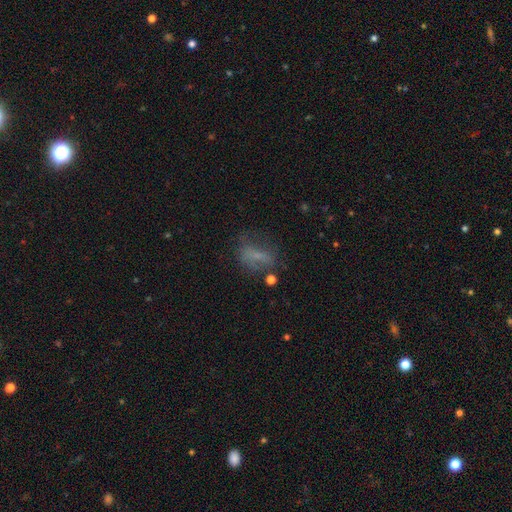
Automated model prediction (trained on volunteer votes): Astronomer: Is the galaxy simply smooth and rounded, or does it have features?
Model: smooth — 55%.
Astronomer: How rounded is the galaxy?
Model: in between — 69%.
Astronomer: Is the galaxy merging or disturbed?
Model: none — 48% (runner-up: major disturbance, 24%).